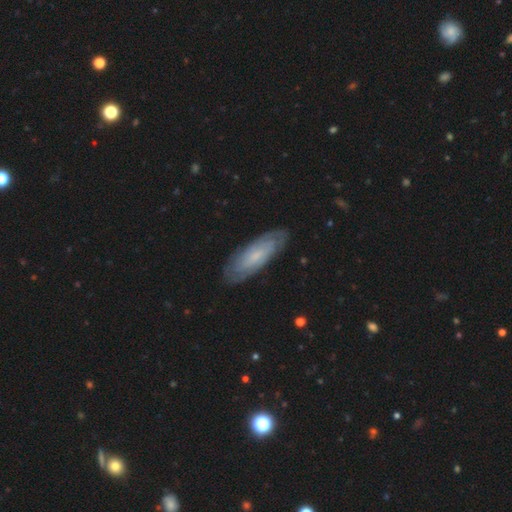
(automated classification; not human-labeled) This appears to be a featured or disk galaxy (60%). Merging: none (85%).